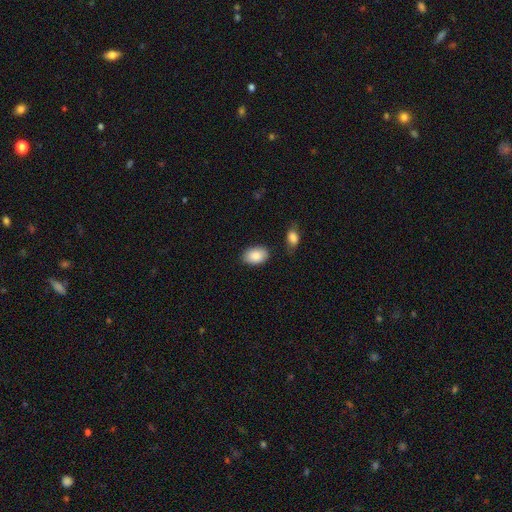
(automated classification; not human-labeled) The model was most divided on "merging": none: 80%, minor disturbance: 13%, merger: 4%, major disturbance: 3%. More confident: how rounded — in between (89%); smooth or featured — smooth (88%).